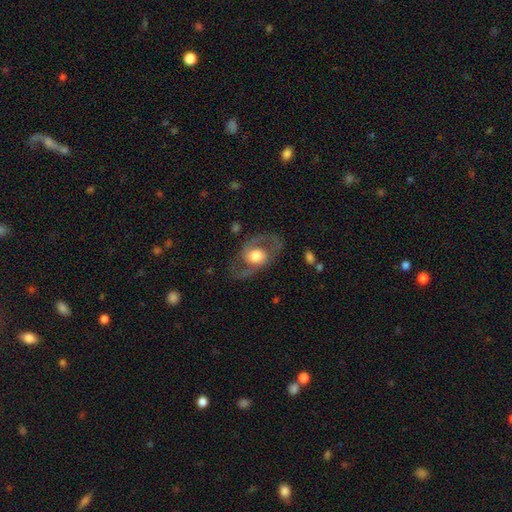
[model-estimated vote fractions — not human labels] Smooth or featured? featured or disk (70%)
Edge-on disk? no (94%)
Bar? no (70%)
Spiral arms? yes (71%)
Bulge size? large (46%)
Merging? none (69%)